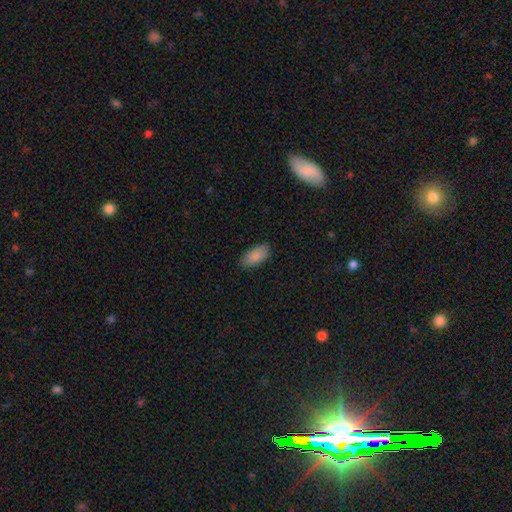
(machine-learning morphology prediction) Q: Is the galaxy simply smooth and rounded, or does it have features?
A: smooth — 89%.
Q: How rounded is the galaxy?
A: in between — 92%.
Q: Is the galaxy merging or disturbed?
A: none — 87%.